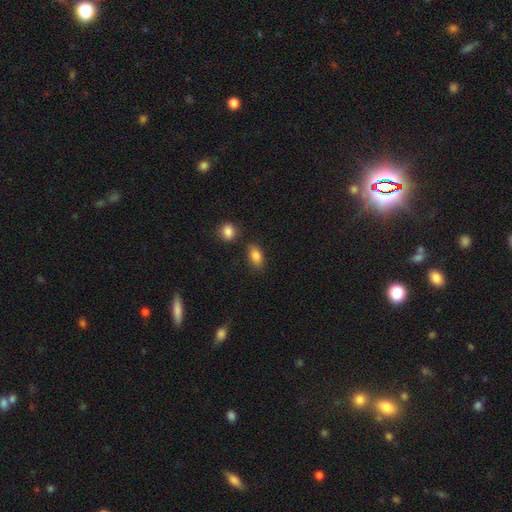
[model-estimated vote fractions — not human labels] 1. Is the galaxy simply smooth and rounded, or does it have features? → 85% smooth, 8% star or artifact, 7% featured or disk.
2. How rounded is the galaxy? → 88% in between, 8% round, 4% cigar-shaped.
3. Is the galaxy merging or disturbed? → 77% none, 13% minor disturbance, 6% merger, 3% major disturbance.